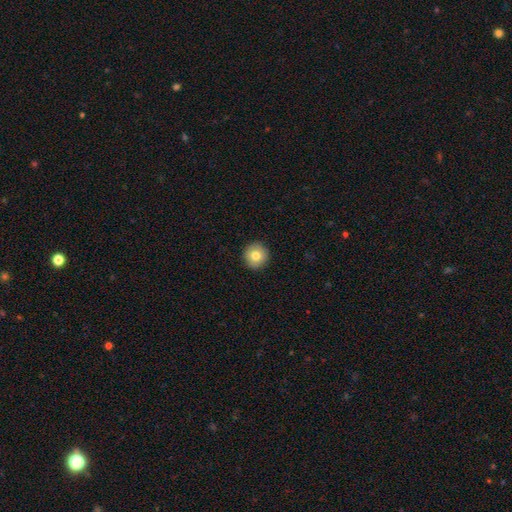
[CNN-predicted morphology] Smooth or featured: smooth — 79% (featured or disk — 12%)
How rounded: round — 93% (in between — 6%)
Merging: none — 92% (minor disturbance — 5%)